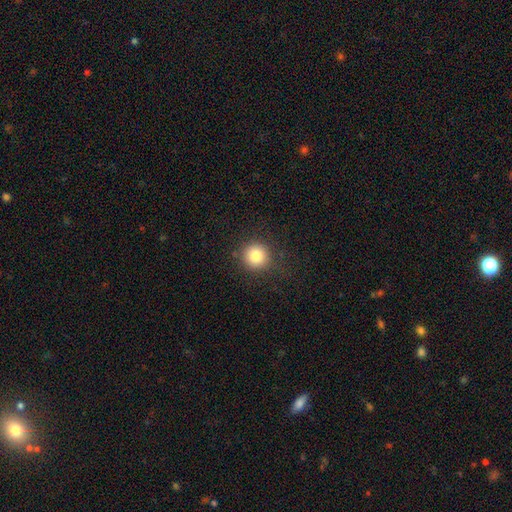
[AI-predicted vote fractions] Morphology: type=smooth (82%); roundness=round (93%); merging=none (87%).